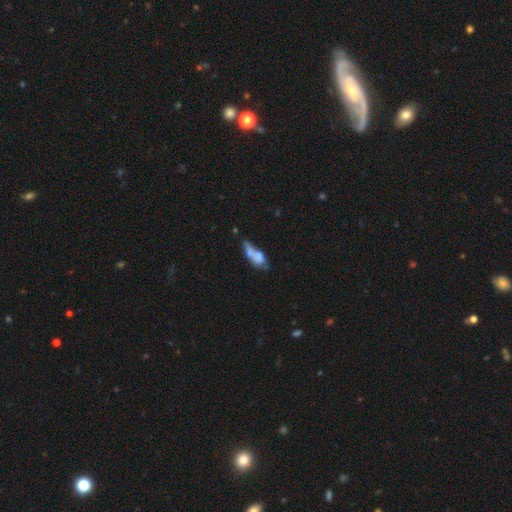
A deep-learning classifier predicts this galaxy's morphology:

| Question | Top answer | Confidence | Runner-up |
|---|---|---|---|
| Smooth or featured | smooth | 61% | featured or disk (30%) |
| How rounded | in between | 66% | cigar-shaped (27%) |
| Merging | merger | 45% | none (23%) |